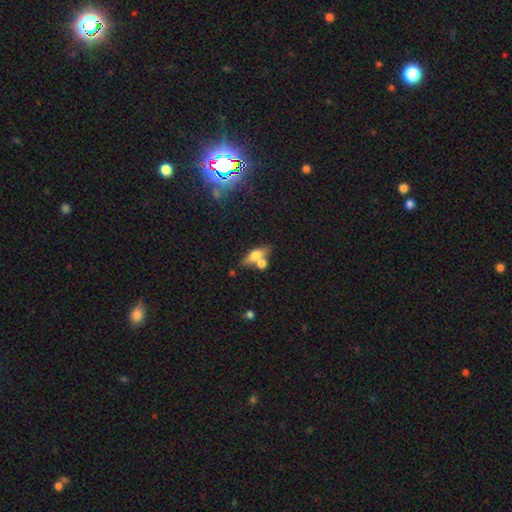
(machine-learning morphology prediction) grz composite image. It shows a smooth galaxy with no disk features (57%) that is in between round and cigar-shaped (65%). Merging: none (51%).